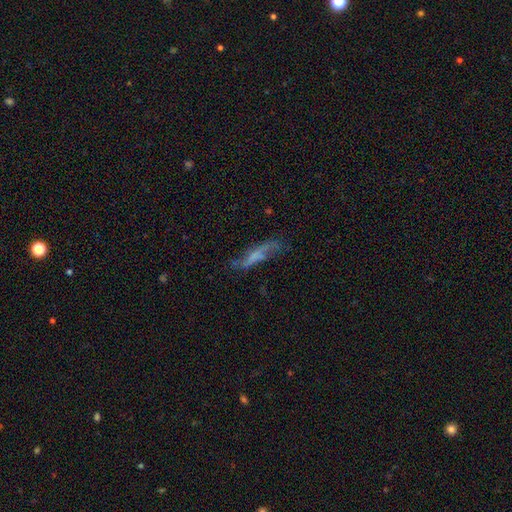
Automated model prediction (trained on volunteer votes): smooth_or_featured: featured or disk (p=0.53) [alt: smooth p=0.37]
disk_edge_on: no (p=0.58) [alt: yes p=0.42]
merging: none (p=0.52) [alt: minor disturbance p=0.26]